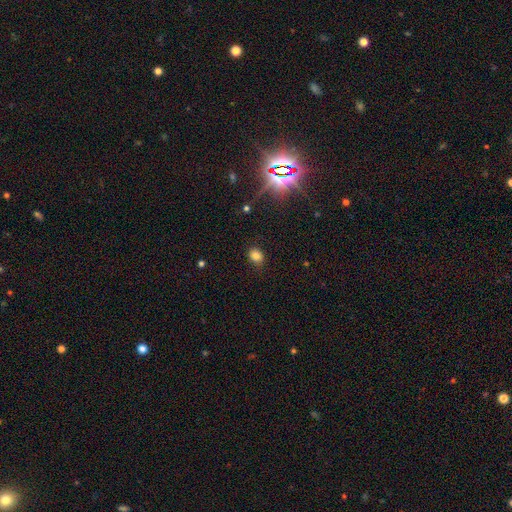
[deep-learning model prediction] This is likely a smooth galaxy (79%). How rounded: possibly round (57%). Merging: clearly none (83%).